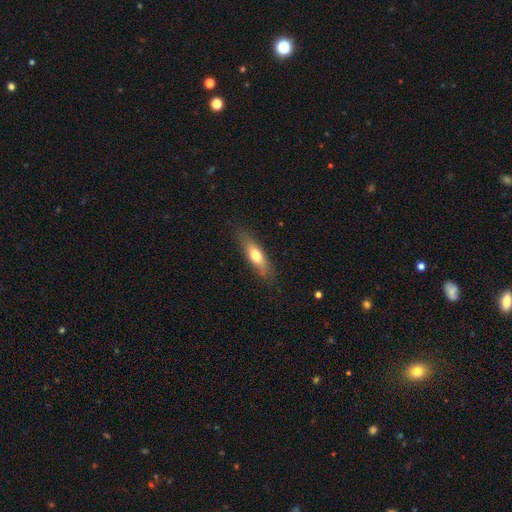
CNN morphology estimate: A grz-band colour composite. It shows a smooth galaxy with no disk features (62%) that is cigar-shaped (55%). Merging: none (78%).